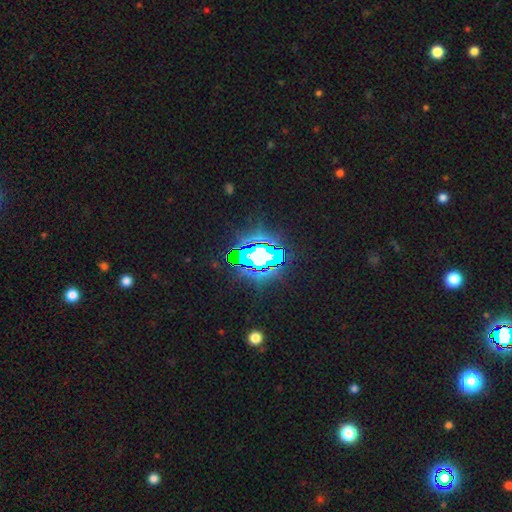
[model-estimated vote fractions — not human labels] Smooth or featured?
  - star or artifact: 61% *
  - smooth: 20%
  - featured or disk: 19%